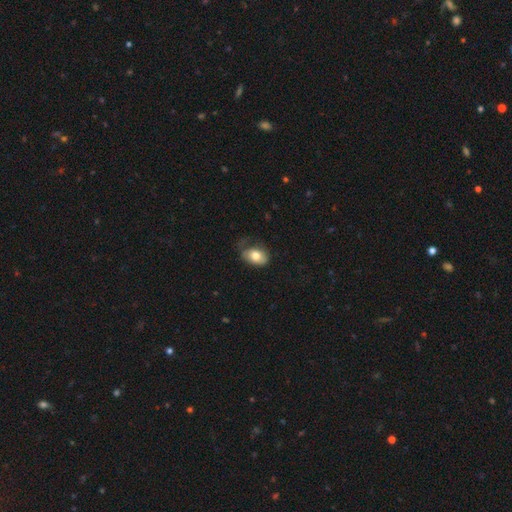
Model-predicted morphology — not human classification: smooth-or-featured: smooth: 74% | featured or disk: 18% | star or artifact: 7%
  how-rounded: in between: 82% | round: 17% | cigar-shaped: 1%
  merging: none: 41% | minor disturbance: 33% | major disturbance: 24% | merger: 2%